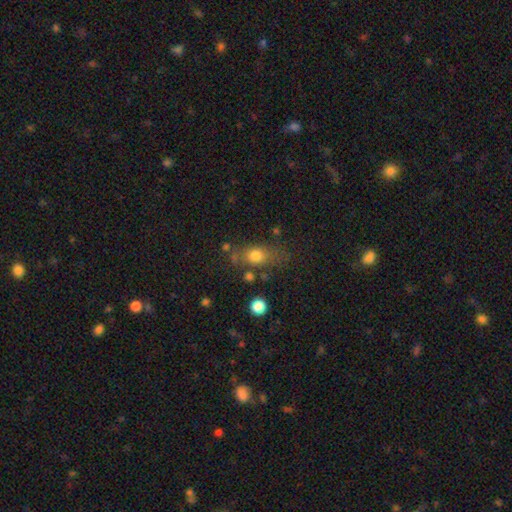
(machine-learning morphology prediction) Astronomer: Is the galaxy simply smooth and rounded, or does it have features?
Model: smooth — 74%.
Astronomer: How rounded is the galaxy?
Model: in between — 59%.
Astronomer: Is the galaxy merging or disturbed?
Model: none — 60%.